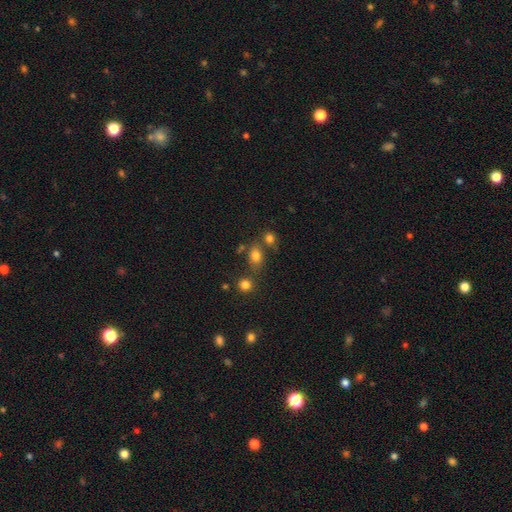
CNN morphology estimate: Overall: smooth (77%). How rounded: in between (69%). Merging: none (61%).